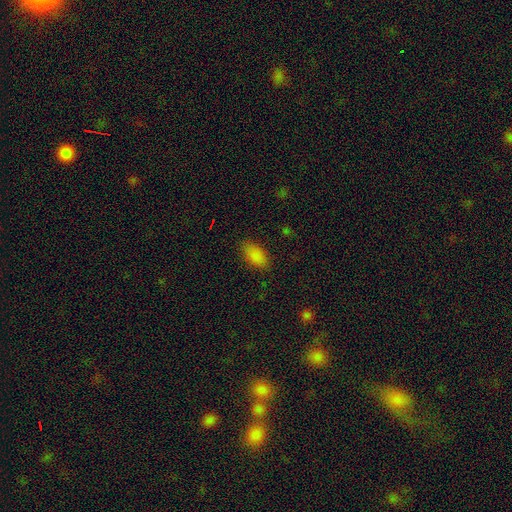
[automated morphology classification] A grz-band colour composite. It shows a smooth galaxy with no disk features (85%) that is in between round and cigar-shaped (92%). Merging: none (84%).